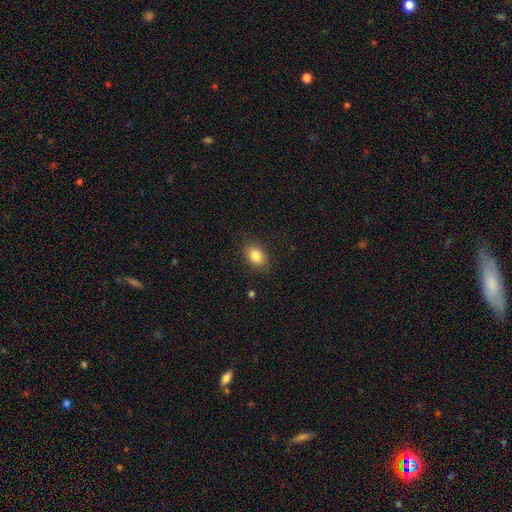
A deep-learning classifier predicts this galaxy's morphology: smooth-or-featured: smooth: 84% | star or artifact: 9% | featured or disk: 8%
  how-rounded: in between: 81% | round: 17% | cigar-shaped: 2%
  merging: none: 86% | minor disturbance: 10% | major disturbance: 3% | merger: 1%